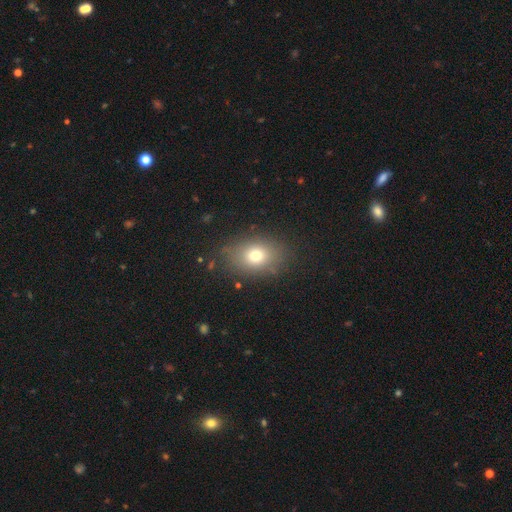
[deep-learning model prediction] This appears to be a smooth galaxy with no disk features (74%) that is in between round and cigar-shaped (64%). Merging: none (82%).